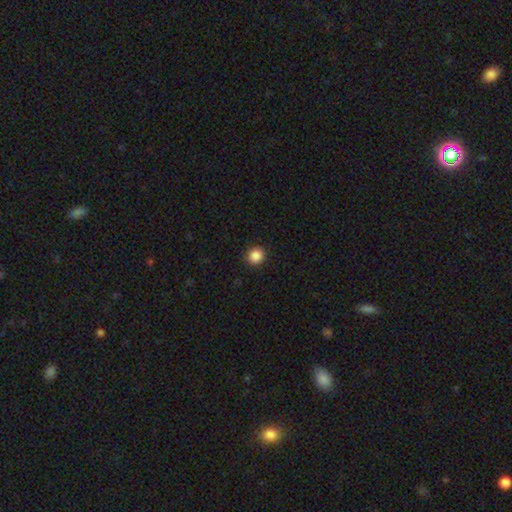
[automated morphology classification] type=smooth (87%); roundness=round (92%); merging=none (92%).